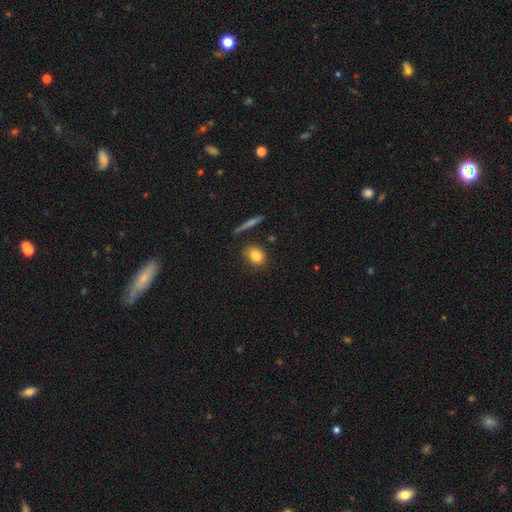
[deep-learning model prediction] Smooth or featured: smooth — 80% (featured or disk — 11%)
How rounded: in between — 56% (round — 41%)
Merging: none — 82% (minor disturbance — 11%)